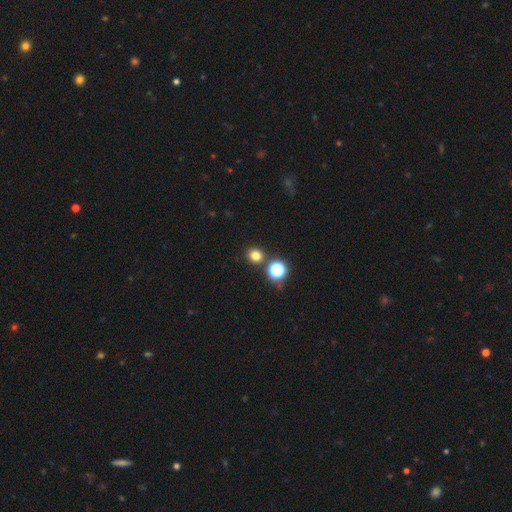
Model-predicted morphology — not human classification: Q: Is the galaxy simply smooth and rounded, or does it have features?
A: smooth — 76%.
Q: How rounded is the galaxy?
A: round — 83%.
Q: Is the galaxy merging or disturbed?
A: none — 83%.